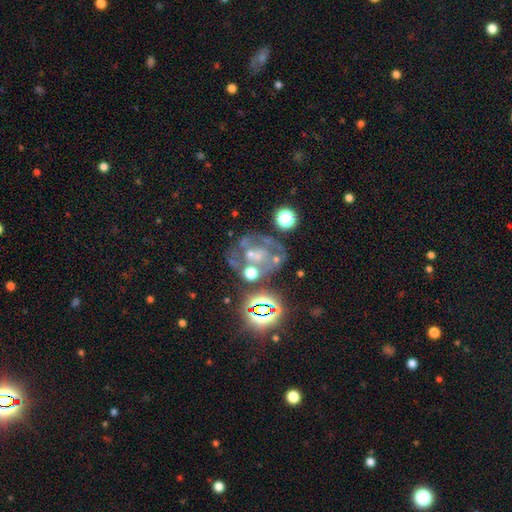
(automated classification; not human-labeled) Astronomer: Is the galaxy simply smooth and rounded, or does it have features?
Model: featured or disk — 55%.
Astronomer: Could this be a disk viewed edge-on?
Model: no — 97%.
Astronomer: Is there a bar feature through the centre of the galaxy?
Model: no — 73%.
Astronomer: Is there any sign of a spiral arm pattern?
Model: no — 56% (runner-up: yes, 44%).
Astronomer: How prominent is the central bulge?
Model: small — 42% (runner-up: none, 27%).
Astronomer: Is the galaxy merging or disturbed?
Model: none — 47%.